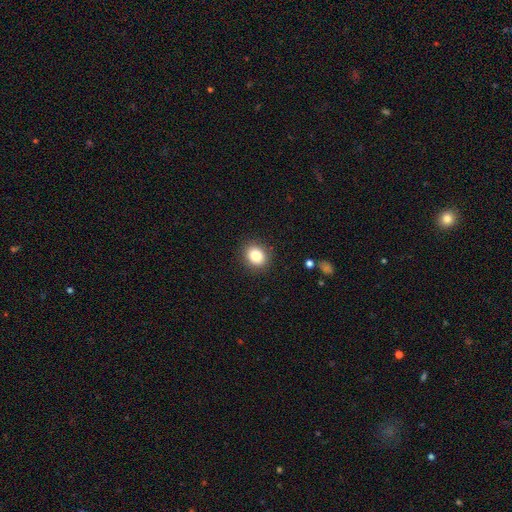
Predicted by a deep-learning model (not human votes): This is clearly a smooth galaxy (84%). How rounded: likely round (64%). Merging: clearly none (89%).